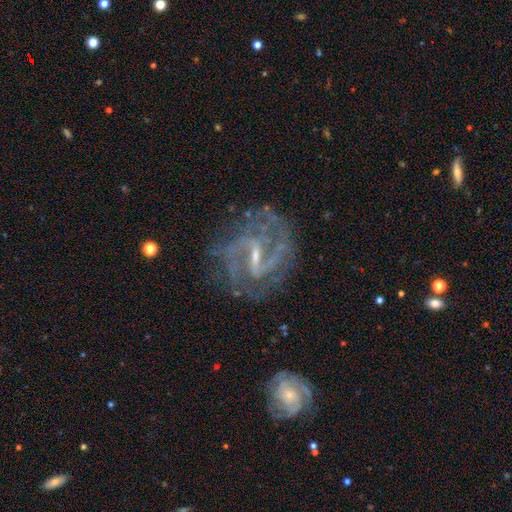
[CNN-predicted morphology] Overall: featured or disk (89%). Edge-on disk: no (97%). Bar: strong (51%; weak 41%). Spiral arms: yes (96%). Spiral arm count: 2 (66%). Spiral winding: medium (51%; tight 32%). Bulge size: small (62%; moderate 23%). Merging: none (70%).